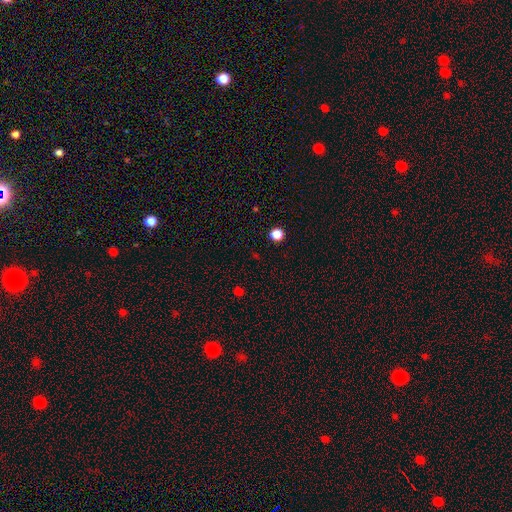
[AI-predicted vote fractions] smooth_or_featured: smooth (p=0.55) [alt: star or artifact p=0.40]
how_rounded: round (p=0.84) [alt: in between p=0.14]
merging: none (p=0.88) [alt: minor disturbance p=0.06]